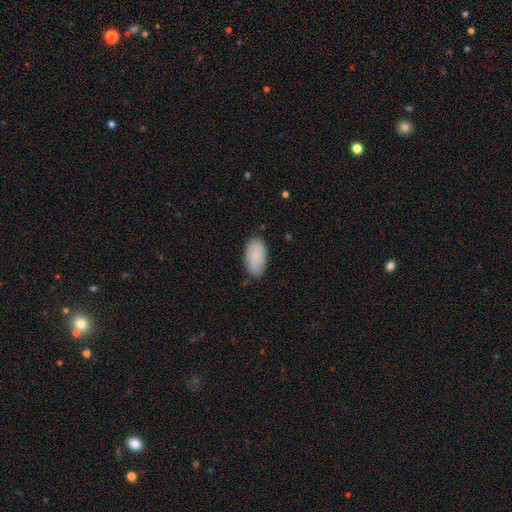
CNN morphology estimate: This is likely a smooth galaxy (78%). How rounded: clearly in between (94%). Merging: likely none (78%).